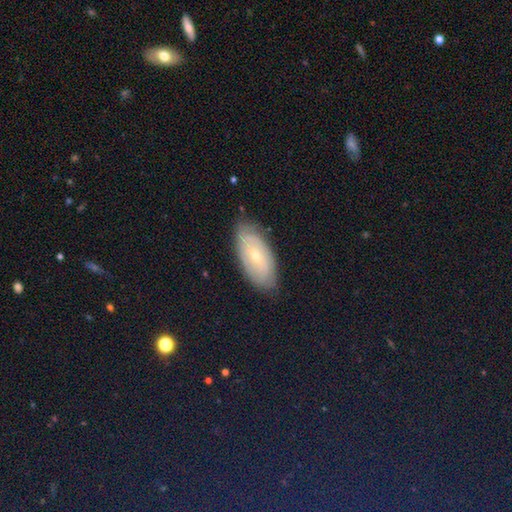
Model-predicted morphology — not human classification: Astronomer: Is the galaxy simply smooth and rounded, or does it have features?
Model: featured or disk — 57% (runner-up: smooth, 34%).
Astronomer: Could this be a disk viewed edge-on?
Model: no — 89%.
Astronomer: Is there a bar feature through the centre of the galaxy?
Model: no — 70%.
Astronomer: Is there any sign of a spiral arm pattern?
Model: yes — 69%.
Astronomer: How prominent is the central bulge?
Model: small — 70%.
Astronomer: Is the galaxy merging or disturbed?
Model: none — 80%.